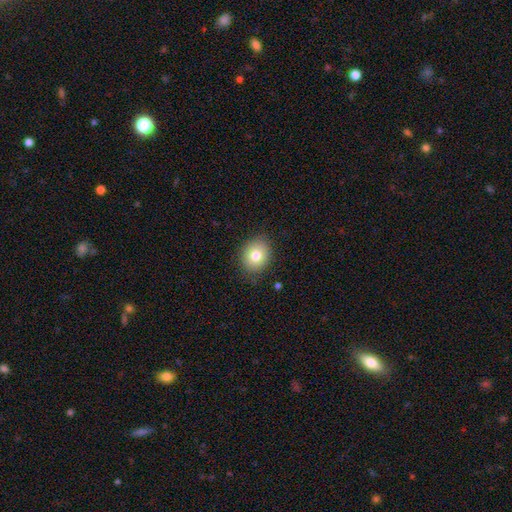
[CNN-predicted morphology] This is likely a smooth galaxy (78%). How rounded: likely round (62%). Merging: clearly none (85%).